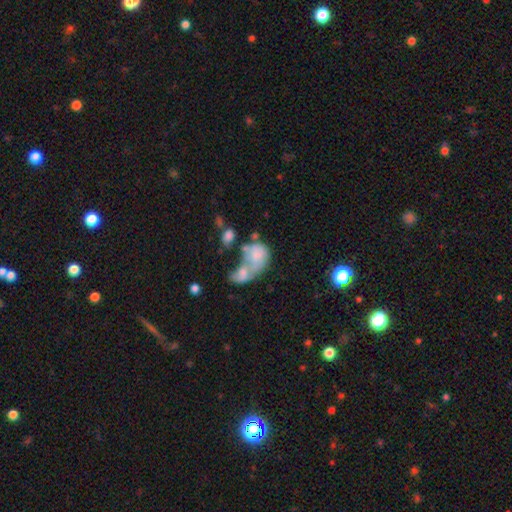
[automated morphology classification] A smooth galaxy with no disk features (60%) that is in between round and cigar-shaped (66%).

Vote fractions:
- Smooth or featured? smooth: 60% / featured or disk: 31% / star or artifact: 9%
- How rounded? in between: 66% / round: 32% / cigar-shaped: 2%
- Merging? merger: 69% / major disturbance: 13% / none: 11% / minor disturbance: 7%